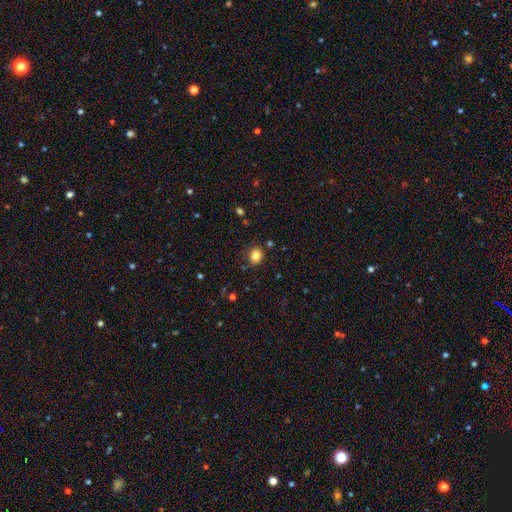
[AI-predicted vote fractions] Overall: smooth (84%). How rounded: round (59%; in between 40%). Merging: none (82%).